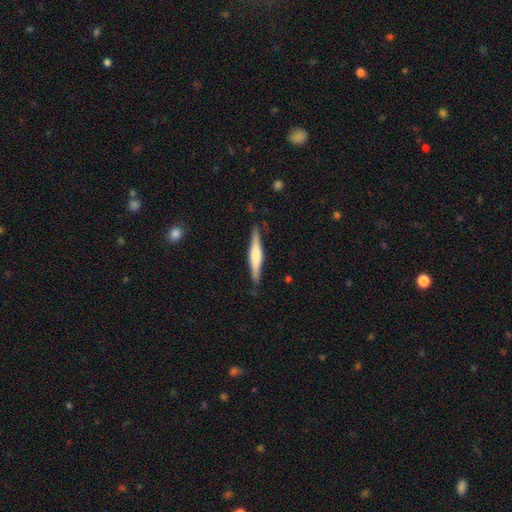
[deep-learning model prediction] Overall: featured or disk (51%; smooth 43%). Edge-on disk: yes (96%). Merging: none (84%).